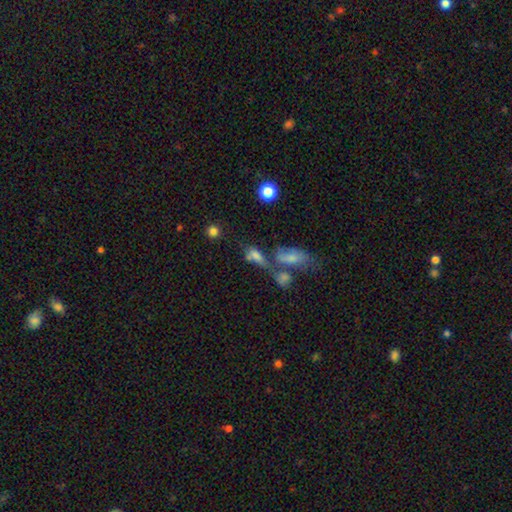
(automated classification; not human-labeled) smooth 66%, featured or disk 19%, star or artifact 15%. Down the decision tree: how rounded — in between (72%); merging — merger (46%).